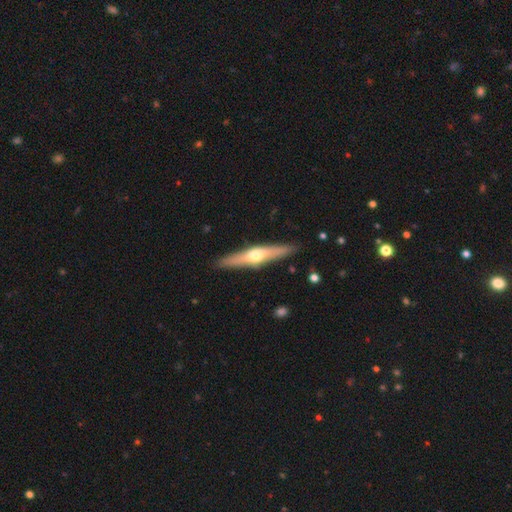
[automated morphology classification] Overall: featured or disk (61%; smooth 34%). Edge-on disk: yes (94%). Edge-on bulge: rounded (91%). Merging: none (90%).